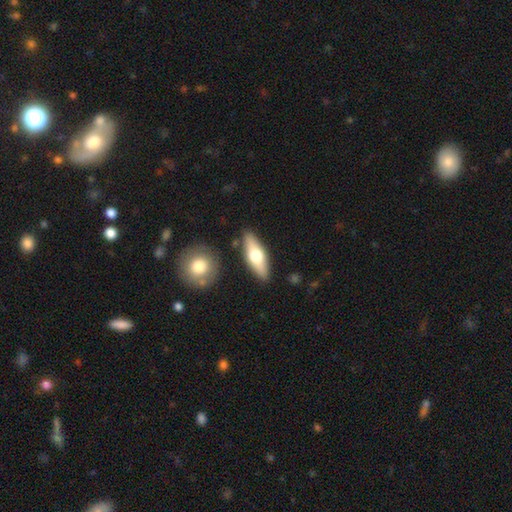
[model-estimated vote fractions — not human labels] Smooth or featured? smooth (54%)
How rounded? in between (58%)
Merging? none (85%)